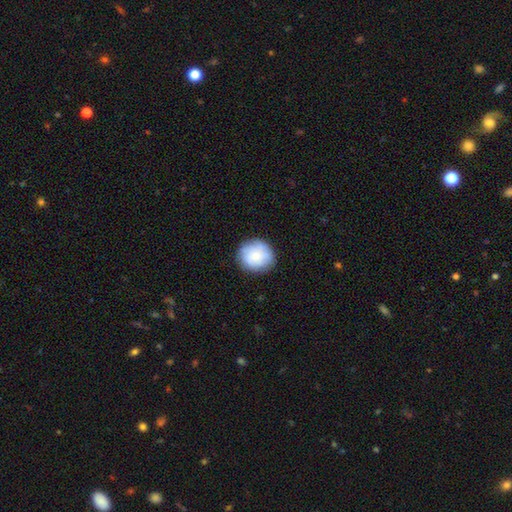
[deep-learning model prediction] smooth_or_featured: smooth (p=0.69) [alt: featured or disk p=0.23]
how_rounded: round (p=0.83) [alt: in between p=0.16]
merging: none (p=0.82) [alt: minor disturbance p=0.13]